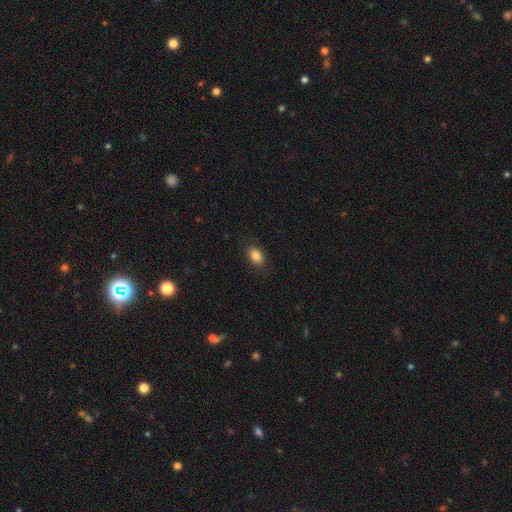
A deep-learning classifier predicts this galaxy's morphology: Smooth or featured: smooth — 85% (star or artifact — 9%)
How rounded: in between — 82% (round — 16%)
Merging: none — 85% (minor disturbance — 11%)